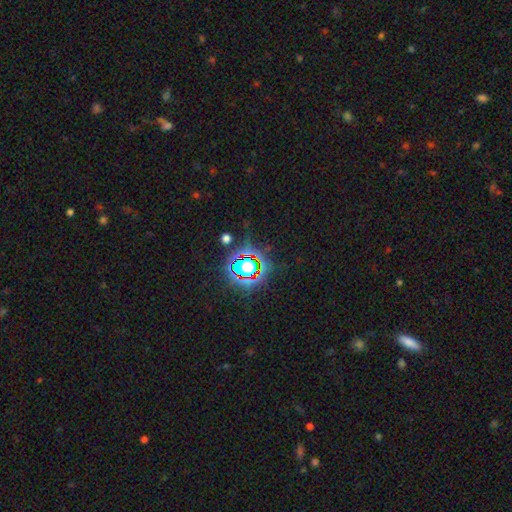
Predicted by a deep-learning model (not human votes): smooth_or_featured: star or artifact (p=0.81) [alt: smooth p=0.11]